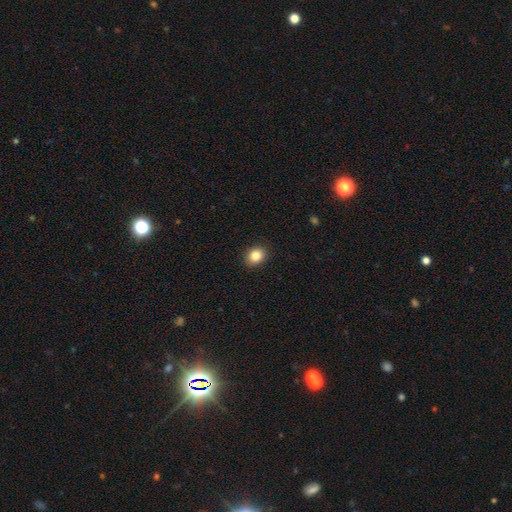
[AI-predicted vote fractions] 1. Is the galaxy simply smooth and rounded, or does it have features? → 85% smooth, 10% star or artifact, 5% featured or disk.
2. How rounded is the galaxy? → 60% round, 39% in between, 1% cigar-shaped.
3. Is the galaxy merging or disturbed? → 91% none, 7% minor disturbance, 2% major disturbance, 1% merger.